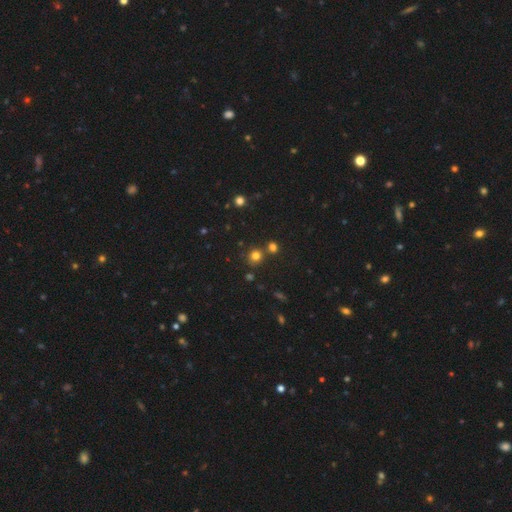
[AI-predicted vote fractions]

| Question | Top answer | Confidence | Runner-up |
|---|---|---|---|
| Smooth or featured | smooth | 75% | star or artifact (19%) |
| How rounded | round | 88% | in between (11%) |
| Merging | none | 74% | merger (15%) |